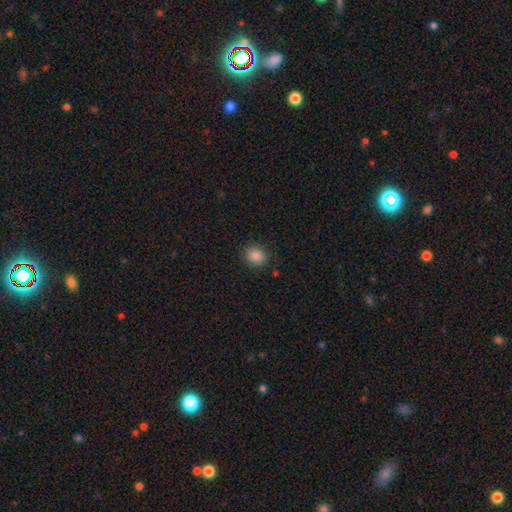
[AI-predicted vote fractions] smooth_or_featured: smooth (p=0.86) [alt: star or artifact p=0.10]
how_rounded: round (p=0.70) [alt: in between p=0.29]
merging: none (p=0.88) [alt: minor disturbance p=0.08]